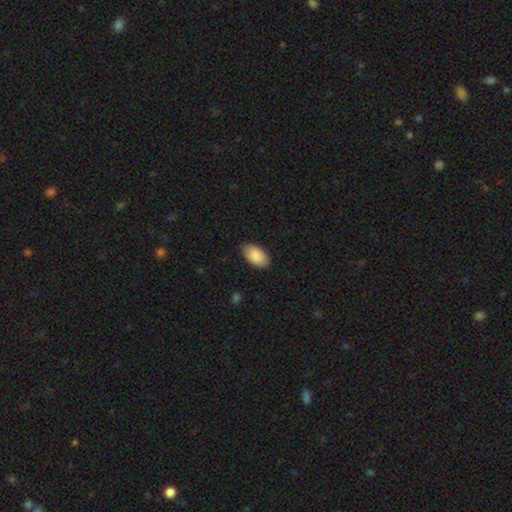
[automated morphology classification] smooth 89%, star or artifact 6%, featured or disk 5%. Down the decision tree: how rounded — in between (95%); merging — none (86%).